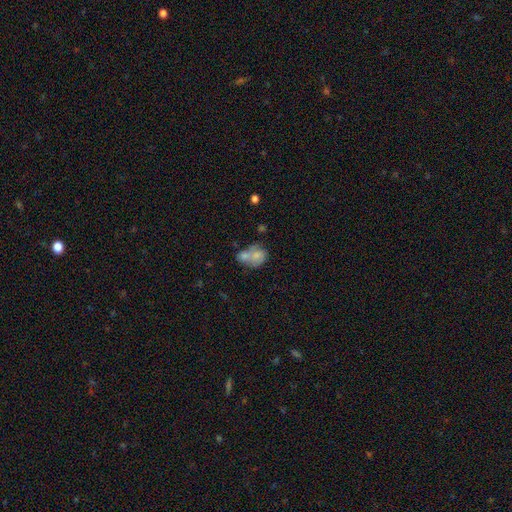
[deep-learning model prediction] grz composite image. It shows a smooth galaxy with no disk features (69%) that is in between round and cigar-shaped (56%). Merging: merger (62%).